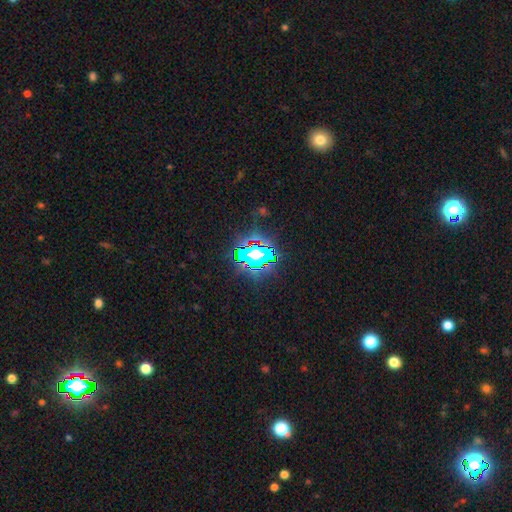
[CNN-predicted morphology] smooth-or-featured: star or artifact: 60% | smooth: 25% | featured or disk: 15%